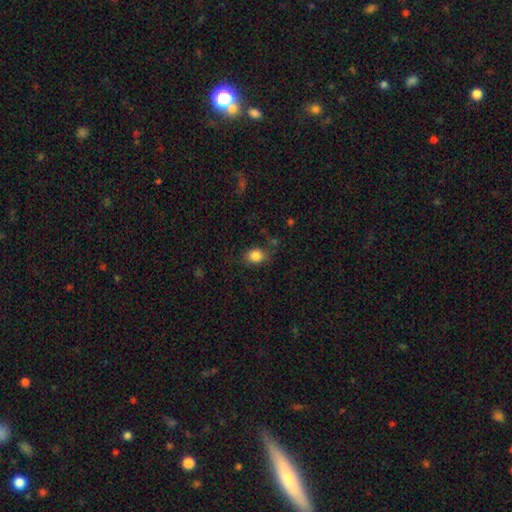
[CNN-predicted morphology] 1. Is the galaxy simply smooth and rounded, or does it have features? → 85% smooth, 10% star or artifact, 5% featured or disk.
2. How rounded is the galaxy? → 50% in between, 49% round, 1% cigar-shaped.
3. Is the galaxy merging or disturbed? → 74% none, 17% minor disturbance, 6% major disturbance, 3% merger.